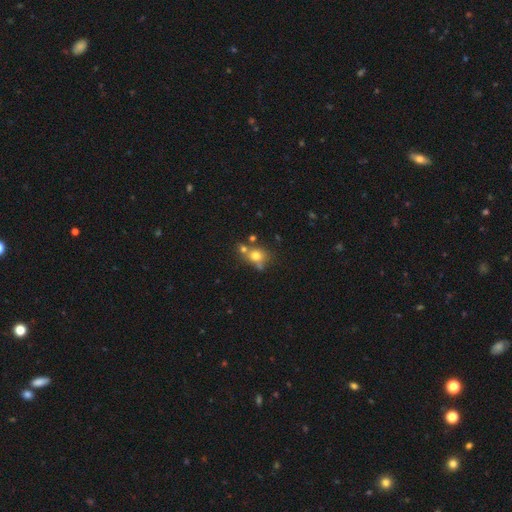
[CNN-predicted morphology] This appears to be a smooth galaxy with no disk features (71%) that is round (69%). Merging: none (50%).